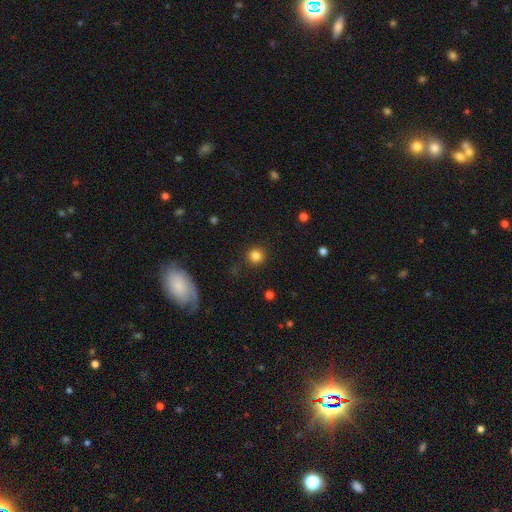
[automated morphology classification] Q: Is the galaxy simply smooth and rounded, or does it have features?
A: smooth — 84%.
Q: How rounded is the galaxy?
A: round — 93%.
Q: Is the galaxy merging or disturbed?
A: none — 89%.